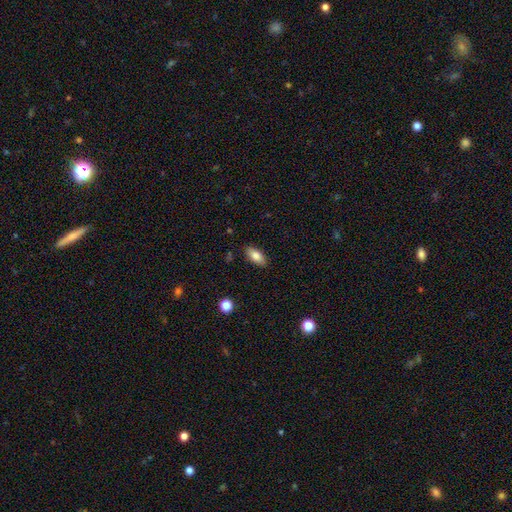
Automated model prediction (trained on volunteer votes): Overall: smooth (82%). How rounded: in between (87%). Merging: none (86%).